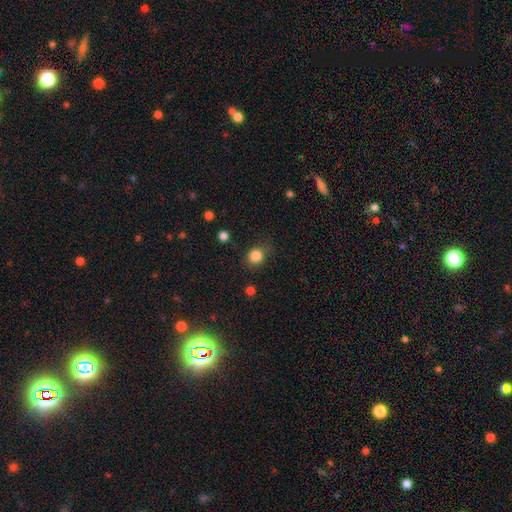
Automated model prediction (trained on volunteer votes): Smooth or featured? smooth (84%)
How rounded? round (73%)
Merging? none (74%)